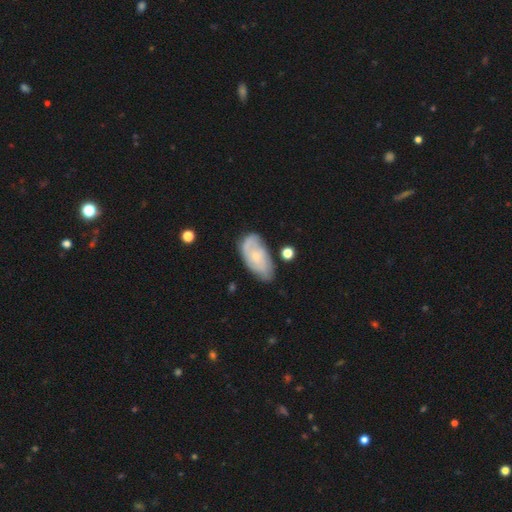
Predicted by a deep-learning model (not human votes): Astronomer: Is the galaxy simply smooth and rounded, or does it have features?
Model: featured or disk — 57% (runner-up: smooth, 37%).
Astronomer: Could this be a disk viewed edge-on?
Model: no — 93%.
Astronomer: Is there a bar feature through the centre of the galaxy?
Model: no — 77%.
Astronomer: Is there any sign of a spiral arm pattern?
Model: yes — 80%.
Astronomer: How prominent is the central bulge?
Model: small — 75%.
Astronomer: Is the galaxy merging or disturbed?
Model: none — 61%.